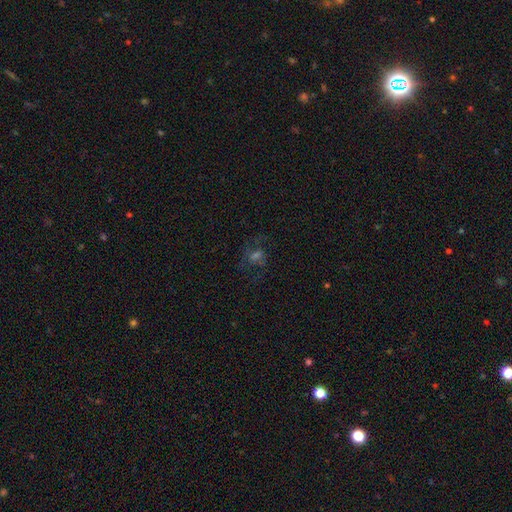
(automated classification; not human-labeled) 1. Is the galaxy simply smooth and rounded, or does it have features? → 41% featured or disk, 30% star or artifact, 30% smooth.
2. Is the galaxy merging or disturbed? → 60% none, 22% major disturbance, 16% minor disturbance, 2% merger.